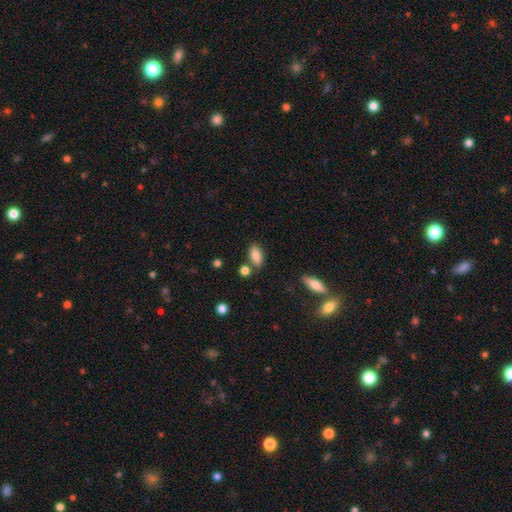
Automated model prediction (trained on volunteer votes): This appears to be a smooth galaxy with no disk features (84%) that is in between round and cigar-shaped (88%). Merging: none (76%).